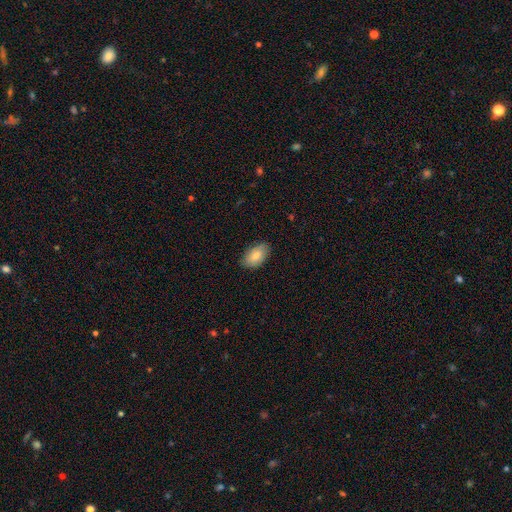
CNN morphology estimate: smooth 80%, featured or disk 13%, star or artifact 6%. Down the decision tree: how rounded — in between (94%); merging — none (82%).